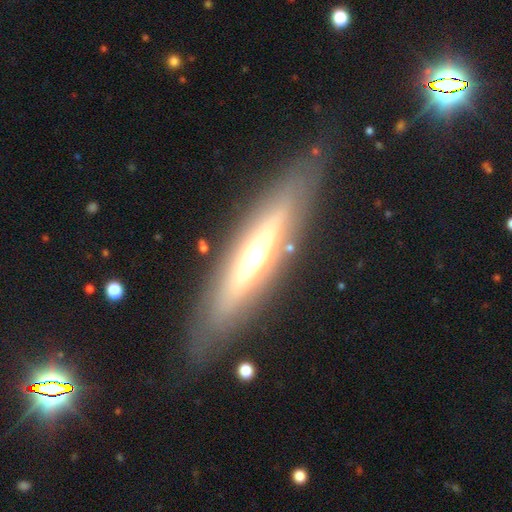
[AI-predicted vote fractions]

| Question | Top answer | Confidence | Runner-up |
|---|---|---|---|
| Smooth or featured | featured or disk | 62% | smooth (30%) |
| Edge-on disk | yes | 77% | no (23%) |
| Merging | none | 82% | minor disturbance (11%) |